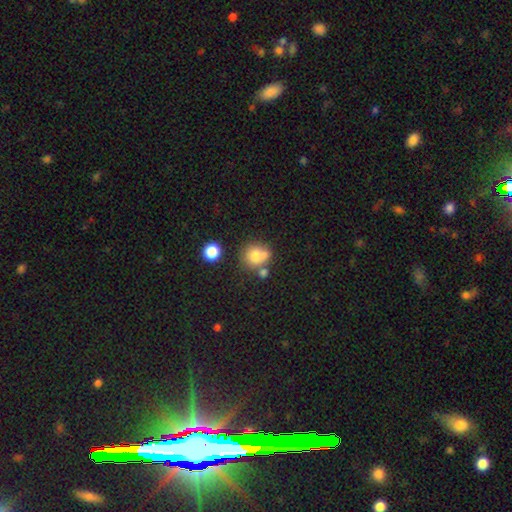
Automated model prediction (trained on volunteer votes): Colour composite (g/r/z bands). It shows a smooth galaxy with no disk features (76%) that is round (77%). Merging: none (48%).